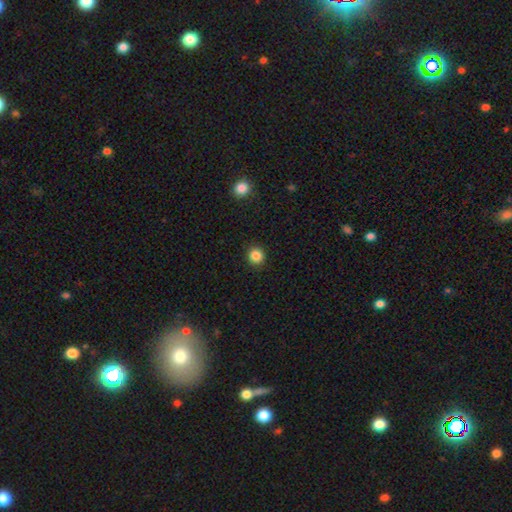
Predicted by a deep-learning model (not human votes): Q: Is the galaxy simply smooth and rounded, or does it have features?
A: smooth — 85%.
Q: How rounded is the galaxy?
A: round — 92%.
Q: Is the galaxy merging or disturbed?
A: none — 92%.